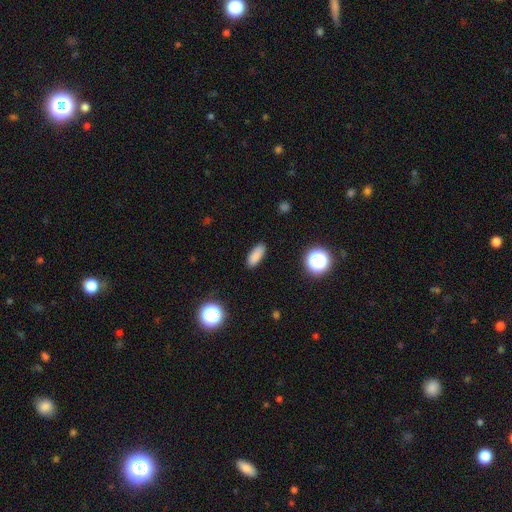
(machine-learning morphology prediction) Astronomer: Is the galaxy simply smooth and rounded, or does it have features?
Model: smooth — 85%.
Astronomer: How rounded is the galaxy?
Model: in between — 75%.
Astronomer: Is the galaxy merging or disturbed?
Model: none — 88%.